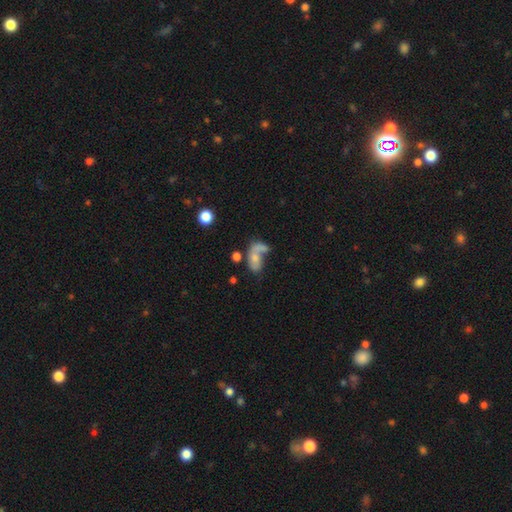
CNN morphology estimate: smooth 55%, featured or disk 34%, star or artifact 11%. Down the decision tree: how rounded — in between (82%); merging — merger (39%).